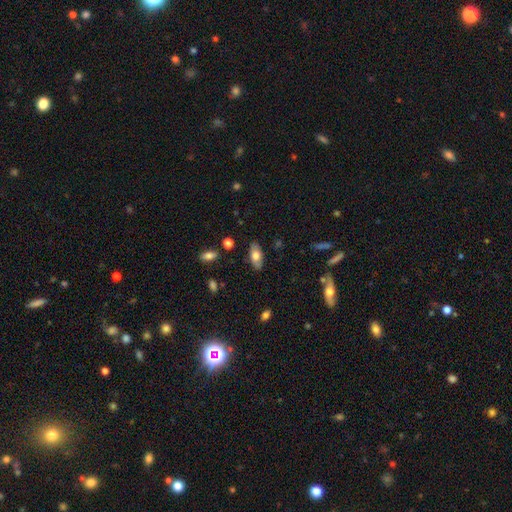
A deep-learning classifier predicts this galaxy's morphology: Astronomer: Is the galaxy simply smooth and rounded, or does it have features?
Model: smooth — 67%.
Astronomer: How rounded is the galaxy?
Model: in between — 89%.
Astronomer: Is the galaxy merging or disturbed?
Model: none — 83%.